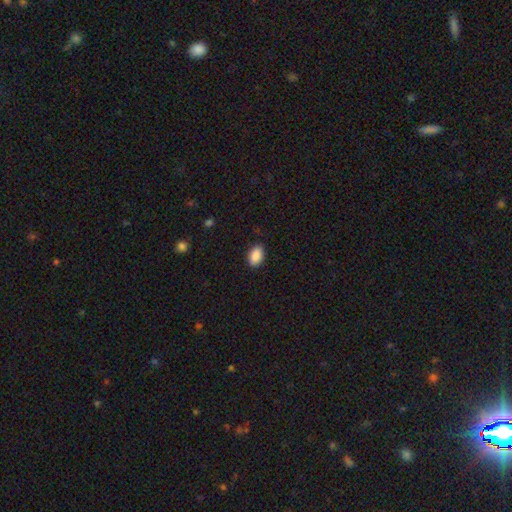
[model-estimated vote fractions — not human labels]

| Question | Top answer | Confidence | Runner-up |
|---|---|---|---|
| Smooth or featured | smooth | 90% | star or artifact (7%) |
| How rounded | in between | 90% | round (9%) |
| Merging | none | 88% | minor disturbance (9%) |